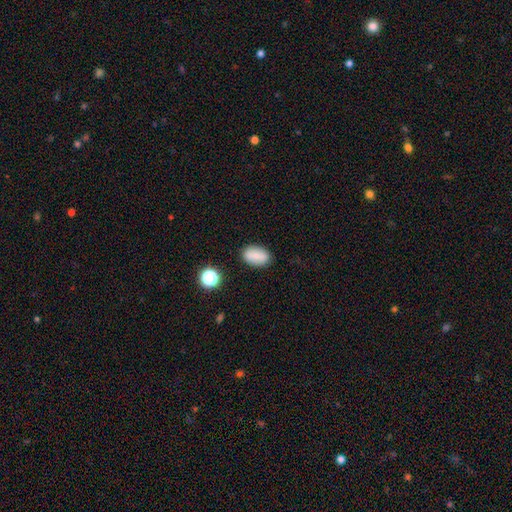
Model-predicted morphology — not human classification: Smooth or featured: smooth — 83% (star or artifact — 9%)
How rounded: in between — 89% (round — 9%)
Merging: none — 84% (minor disturbance — 11%)